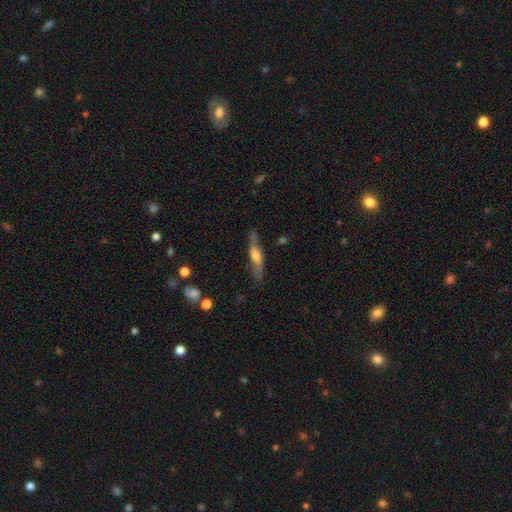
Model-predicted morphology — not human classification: This appears to be a featured or disk galaxy (53%) viewed edge-on (77%). Merging: none (77%).